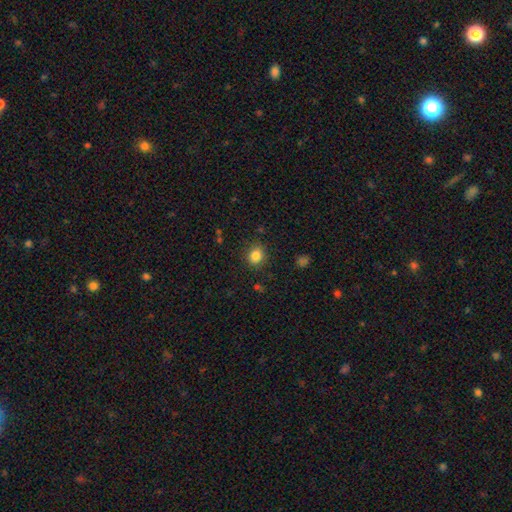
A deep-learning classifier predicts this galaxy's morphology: Overall: smooth (84%). How rounded: round (70%). Merging: none (85%).